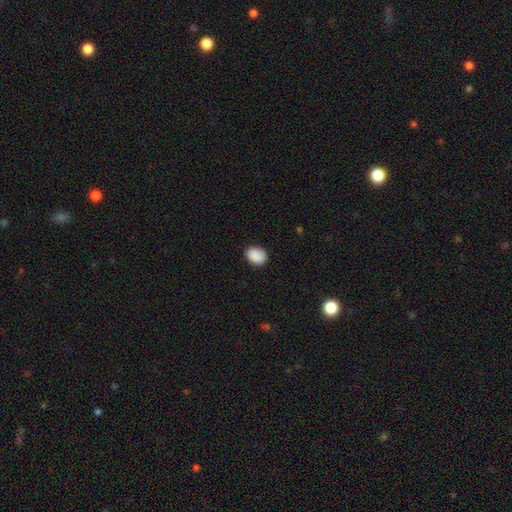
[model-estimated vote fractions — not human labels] smooth 89%, star or artifact 8%, featured or disk 3%. Down the decision tree: how rounded — in between (56%); merging — none (82%).